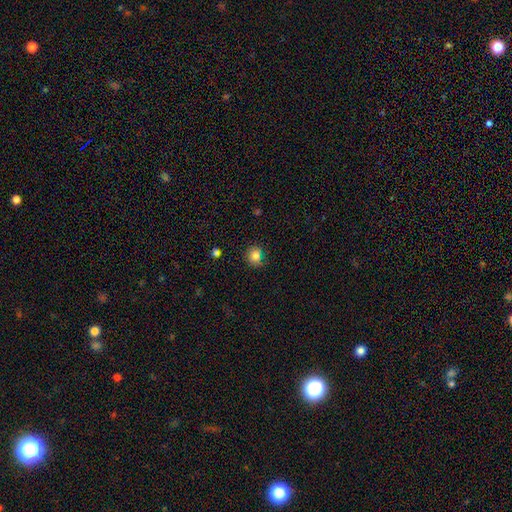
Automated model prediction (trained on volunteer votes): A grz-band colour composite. It shows a smooth galaxy with no disk features (83%) that is round (82%). Merging: none (82%).